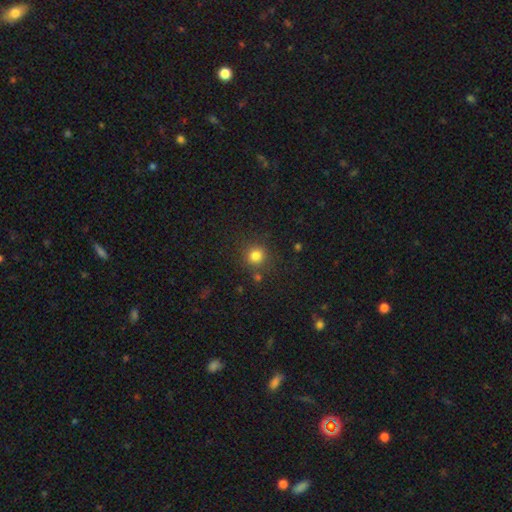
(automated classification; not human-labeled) A smooth galaxy with no disk features (81%) that is round (92%).

Vote fractions:
- Smooth or featured? smooth: 81% / star or artifact: 13% / featured or disk: 5%
- How rounded? round: 92% / in between: 7% / cigar-shaped: 1%
- Merging? none: 82% / minor disturbance: 9% / merger: 5% / major disturbance: 3%